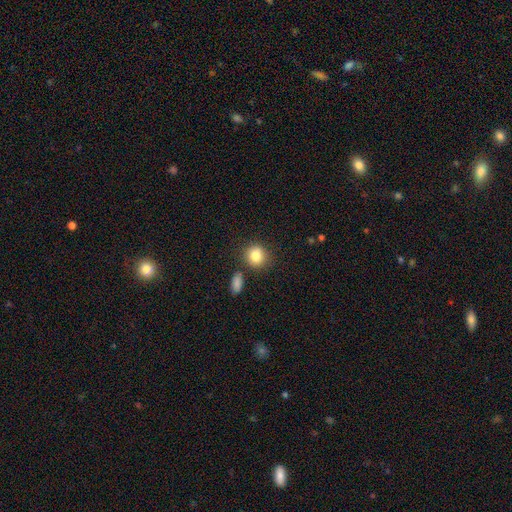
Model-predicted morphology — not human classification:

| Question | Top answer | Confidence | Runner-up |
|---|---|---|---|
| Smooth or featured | smooth | 84% | star or artifact (9%) |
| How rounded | round | 83% | in between (16%) |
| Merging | none | 79% | minor disturbance (10%) |